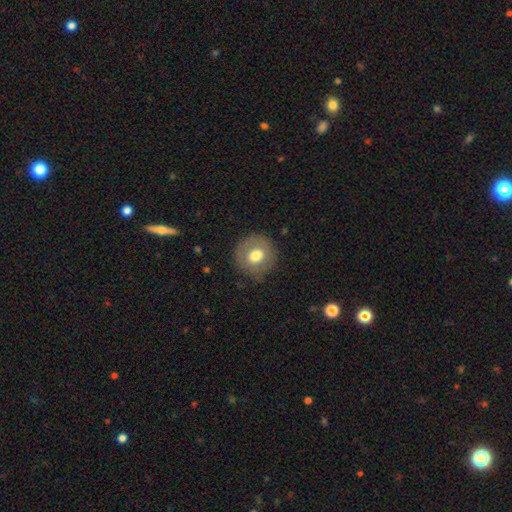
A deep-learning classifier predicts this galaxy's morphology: smooth_or_featured: smooth (p=0.68) [alt: featured or disk p=0.24]
how_rounded: round (p=0.90) [alt: in between p=0.09]
merging: none (p=0.82) [alt: minor disturbance p=0.12]